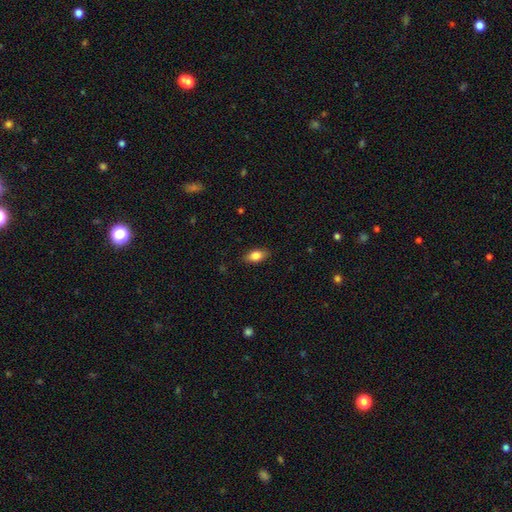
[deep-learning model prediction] This is clearly a smooth galaxy (81%). How rounded: clearly in between (88%). Merging: clearly none (86%).